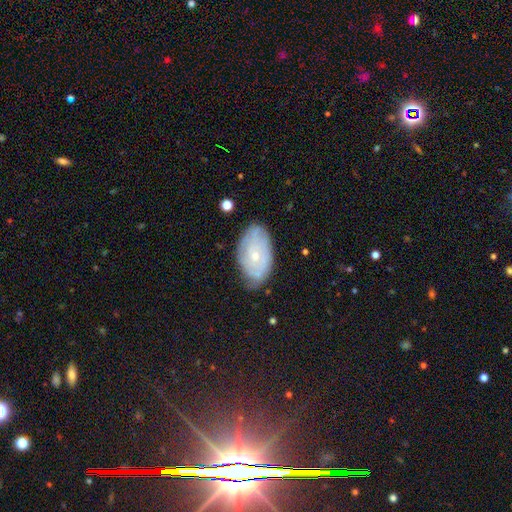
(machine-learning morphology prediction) A featured or disk galaxy (63%) with no bar (81%), spiral arms (75%) and a small central bulge (70%). Merging: none (71%).